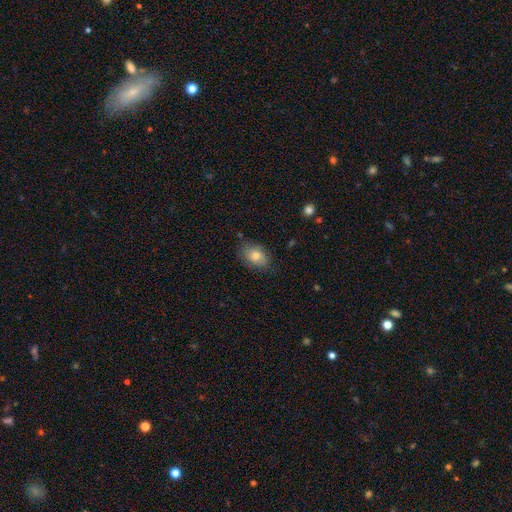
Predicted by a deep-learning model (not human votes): smooth_or_featured: smooth (p=0.77) [alt: featured or disk p=0.14]
how_rounded: in between (p=0.84) [alt: round p=0.15]
merging: none (p=0.78) [alt: minor disturbance p=0.17]